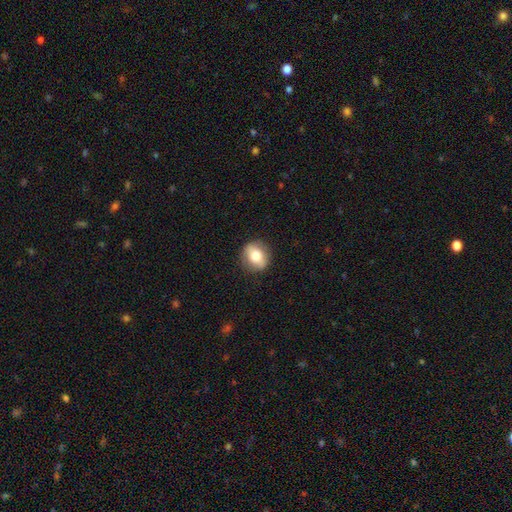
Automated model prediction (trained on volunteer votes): A smooth galaxy with no disk features (69%) that is round (69%). Merging: none (87%).